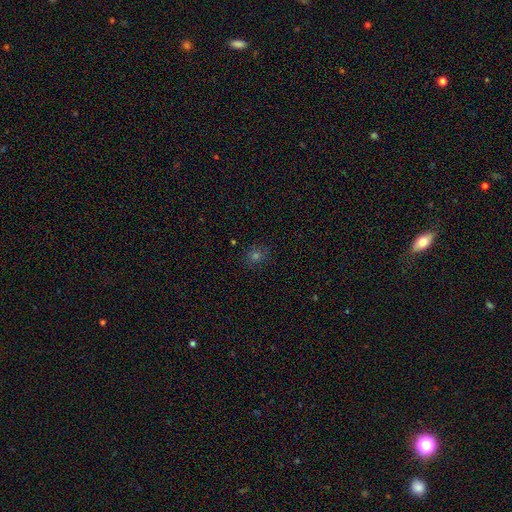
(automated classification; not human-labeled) smooth-or-featured: smooth: 65% | star or artifact: 27% | featured or disk: 8%
  how-rounded: round: 82% | in between: 17% | cigar-shaped: 1%
  merging: none: 87% | minor disturbance: 9% | major disturbance: 3% | merger: 2%